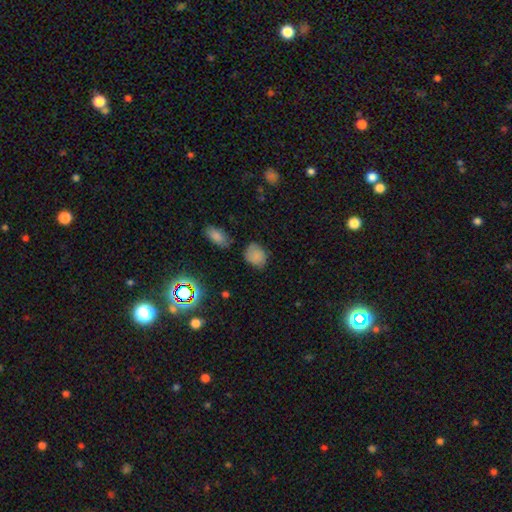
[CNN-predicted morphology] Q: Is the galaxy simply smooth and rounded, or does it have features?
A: smooth — 77%.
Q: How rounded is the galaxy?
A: in between — 51%.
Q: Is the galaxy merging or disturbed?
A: none — 65%.